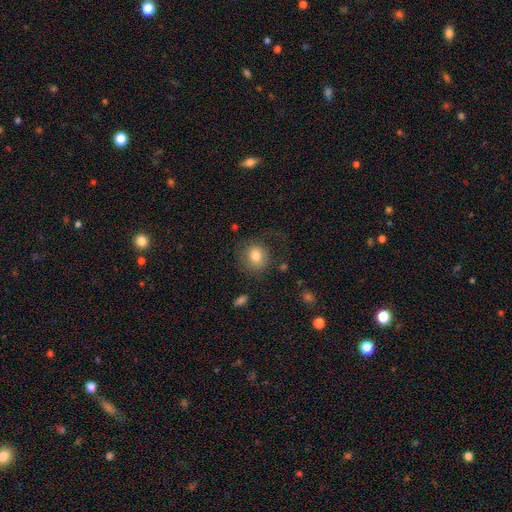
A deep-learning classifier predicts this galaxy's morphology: Smooth or featured? smooth (79%)
How rounded? round (80%)
Merging? none (70%)